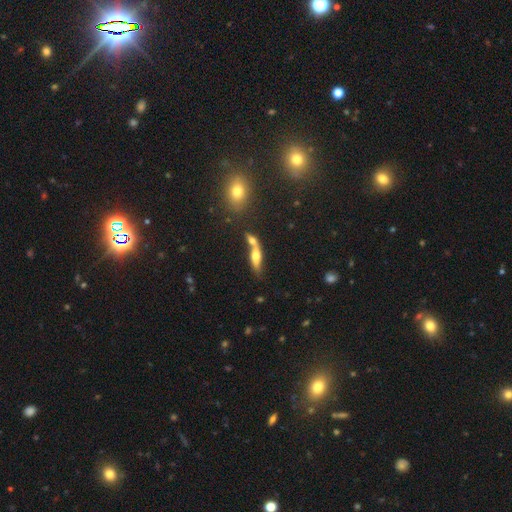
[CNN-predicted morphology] This is possibly a smooth galaxy (50%). Merging: possibly merger (46%).